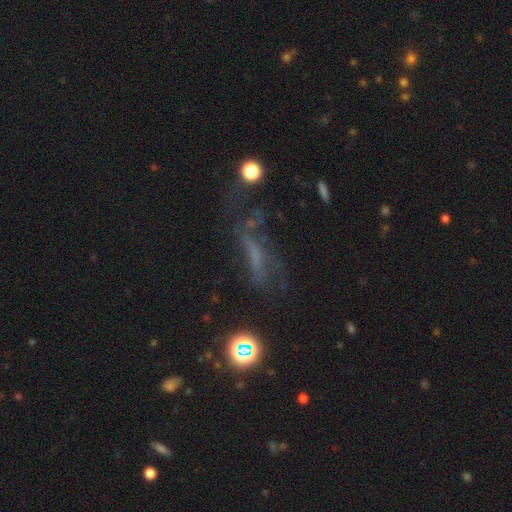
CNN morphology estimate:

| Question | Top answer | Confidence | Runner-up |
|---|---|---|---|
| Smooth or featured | featured or disk | 38% | smooth (34%) |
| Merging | none | 44% | major disturbance (29%) |